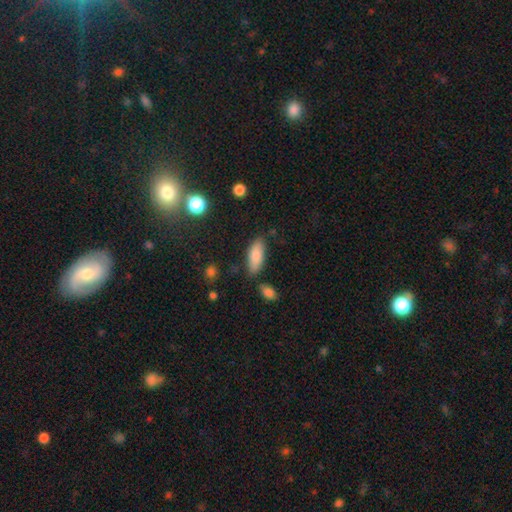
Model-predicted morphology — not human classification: Smooth or featured: smooth — 83% (featured or disk — 10%)
How rounded: in between — 76% (cigar-shaped — 22%)
Merging: none — 76% (minor disturbance — 15%)